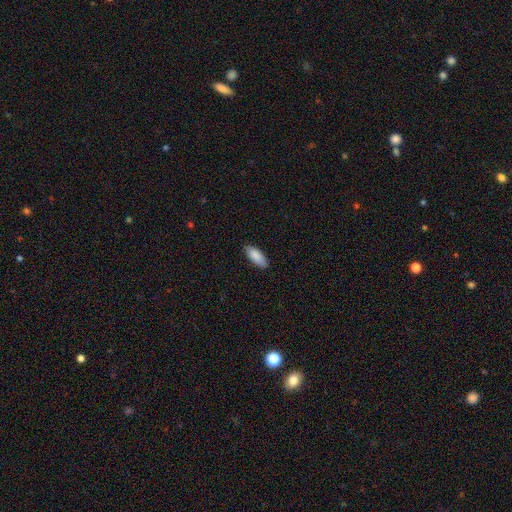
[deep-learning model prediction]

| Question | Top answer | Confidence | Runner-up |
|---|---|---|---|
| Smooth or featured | smooth | 88% | featured or disk (6%) |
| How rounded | in between | 79% | cigar-shaped (19%) |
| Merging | none | 84% | minor disturbance (13%) |